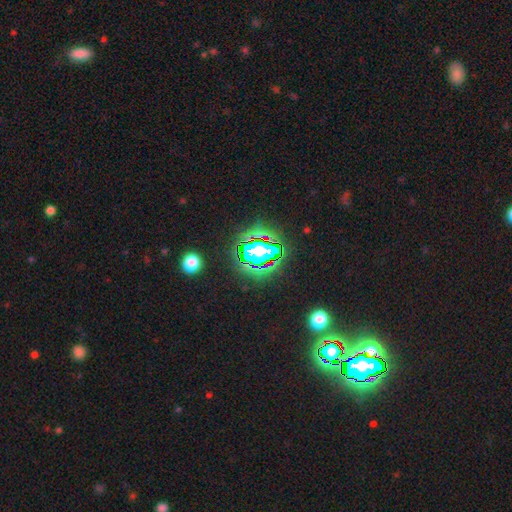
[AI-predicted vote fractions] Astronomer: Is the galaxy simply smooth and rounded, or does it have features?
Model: star or artifact — 83%.